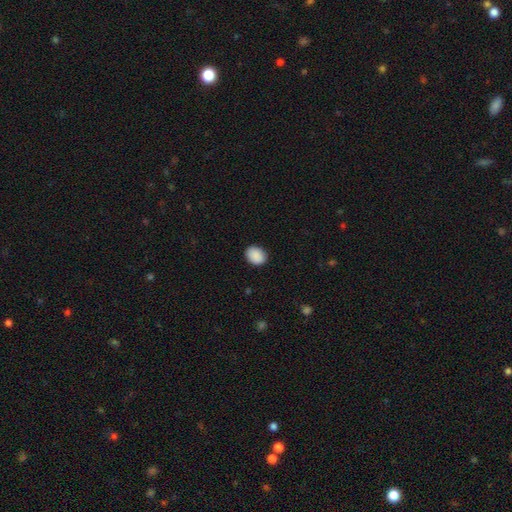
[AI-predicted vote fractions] Morphology: type=smooth (90%); roundness=in between (61%); merging=none (88%).